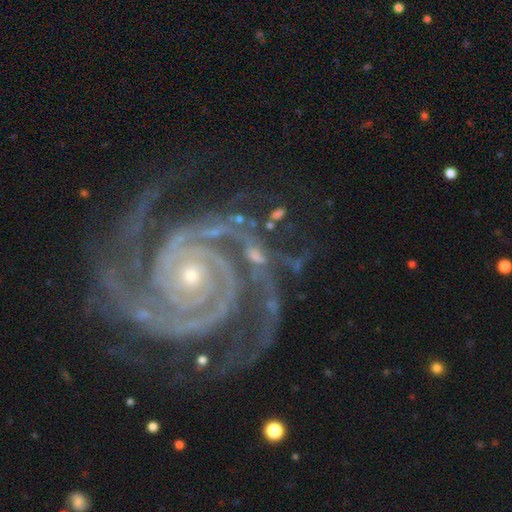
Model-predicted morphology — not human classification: This appears to be a featured or disk galaxy (66%) with no bar (50%), 2 (36%) tight (43%) spiral arms (86%) and a small central bulge (45%). Merging: none (43%).